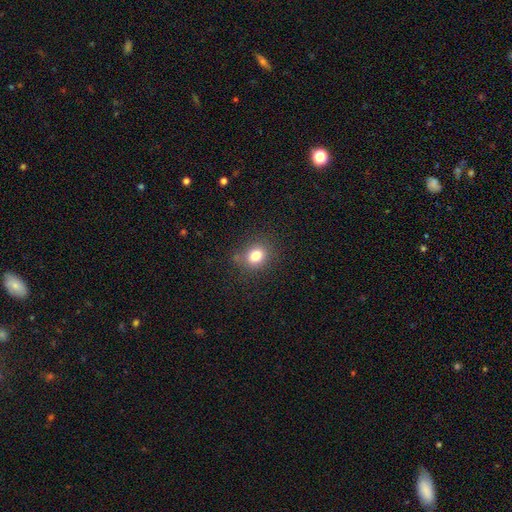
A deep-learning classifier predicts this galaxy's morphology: Smooth or featured? smooth (80%)
How rounded? round (62%)
Merging? none (79%)